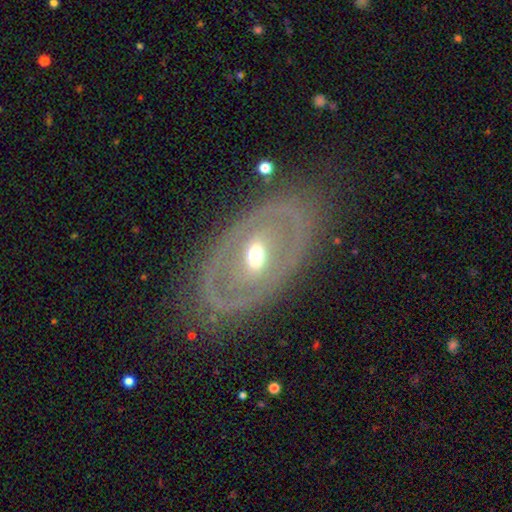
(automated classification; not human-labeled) Smooth or featured: featured or disk — 69% (smooth — 22%)
Edge-on disk: no — 90% (yes — 10%)
Bar: no — 58% (weak — 28%)
Spiral arms: no — 61% (yes — 39%)
Bulge size: moderate — 68% (small — 20%)
Merging: none — 74% (minor disturbance — 15%)